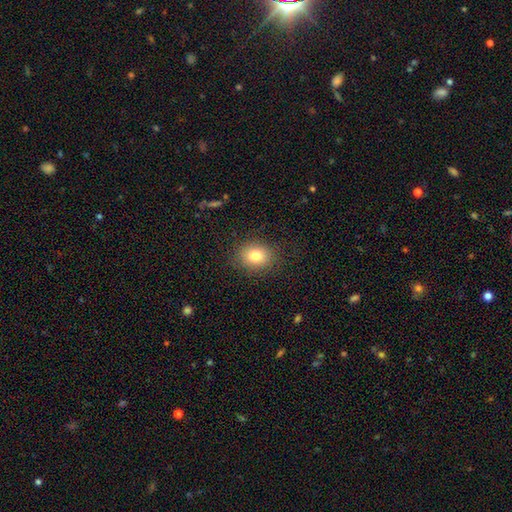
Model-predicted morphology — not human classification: Smooth or featured: smooth — 80% (star or artifact — 10%)
How rounded: round — 52% (in between — 47%)
Merging: none — 86% (minor disturbance — 9%)